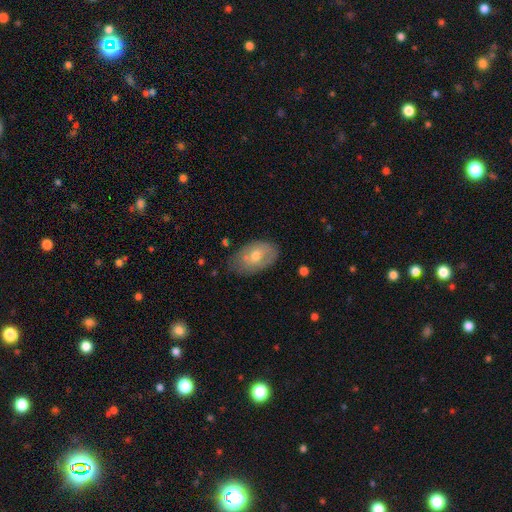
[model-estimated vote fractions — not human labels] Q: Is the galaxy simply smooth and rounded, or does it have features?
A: smooth — 60%.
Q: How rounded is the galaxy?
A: in between — 90%.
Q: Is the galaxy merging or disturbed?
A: none — 66%.